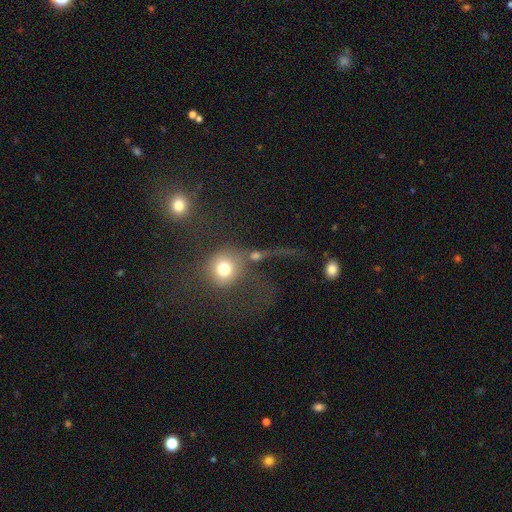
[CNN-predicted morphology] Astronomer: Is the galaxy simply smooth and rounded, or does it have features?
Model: smooth — 64%.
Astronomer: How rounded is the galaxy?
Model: round — 76%.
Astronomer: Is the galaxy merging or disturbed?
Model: none — 36% (runner-up: major disturbance, 32%).